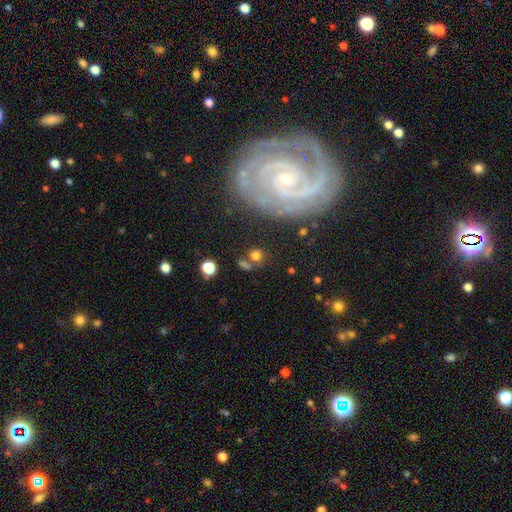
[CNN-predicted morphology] Smooth or featured: smooth — 71% (star or artifact — 16%)
How rounded: round — 79% (in between — 19%)
Merging: none — 67% (merger — 15%)